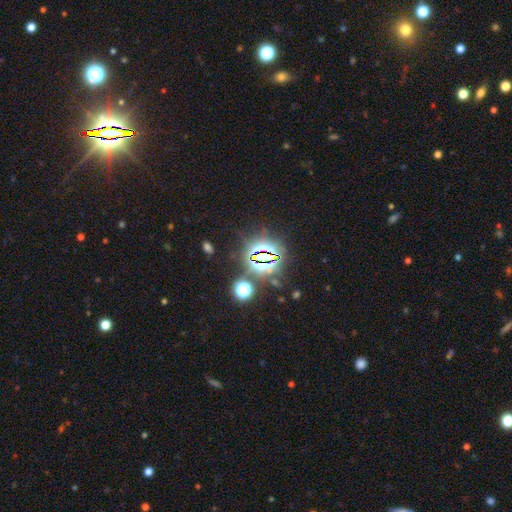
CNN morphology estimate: Smooth or featured?
  - star or artifact: 76% *
  - smooth: 15%
  - featured or disk: 8%